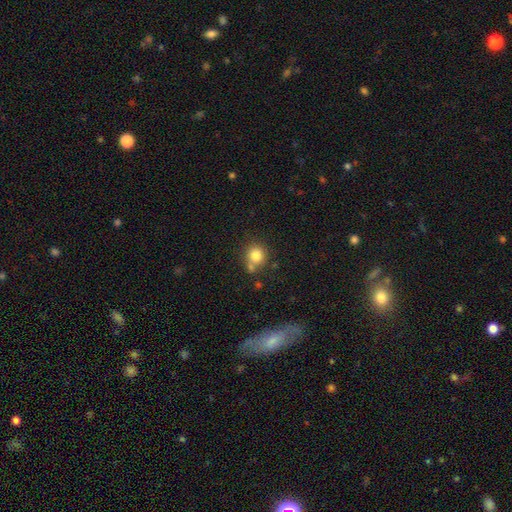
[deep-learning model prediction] Q: Smooth or featured?
A: smooth (81%); runner-up: star or artifact (11%)
Q: How rounded?
A: round (87%); runner-up: in between (12%)
Q: Merging?
A: none (62%); runner-up: merger (20%)